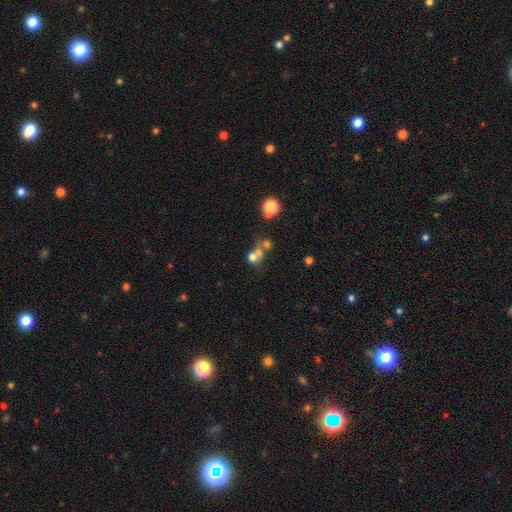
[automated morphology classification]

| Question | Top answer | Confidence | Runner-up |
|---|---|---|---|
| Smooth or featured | smooth | 54% | star or artifact (30%) |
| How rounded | round | 80% | in between (18%) |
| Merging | merger | 46% | none (41%) |